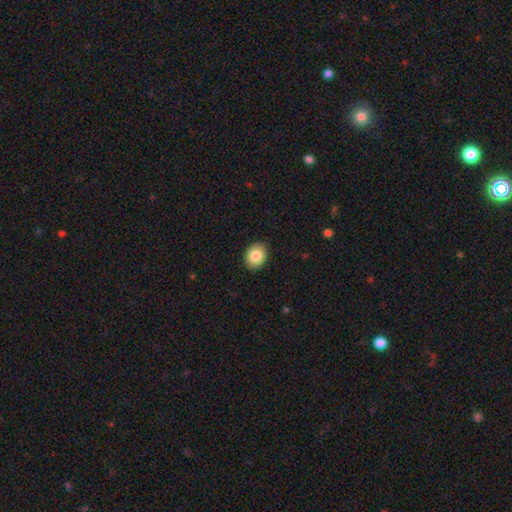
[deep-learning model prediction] The model was most divided on "how rounded": in between: 54%, round: 45%, cigar-shaped: 1%. More confident: merging — none (90%); smooth or featured — smooth (86%).